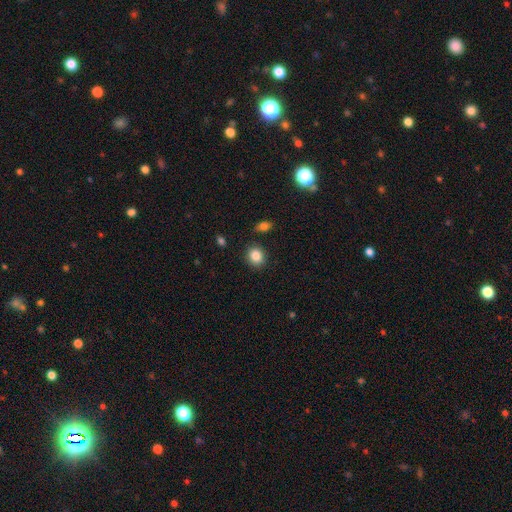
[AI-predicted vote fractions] A smooth galaxy with no disk features (86%) that is round (68%).

Vote fractions:
- Smooth or featured? smooth: 86% / star or artifact: 9% / featured or disk: 5%
- How rounded? round: 68% / in between: 31% / cigar-shaped: 1%
- Merging? none: 86% / minor disturbance: 9% / merger: 3% / major disturbance: 3%